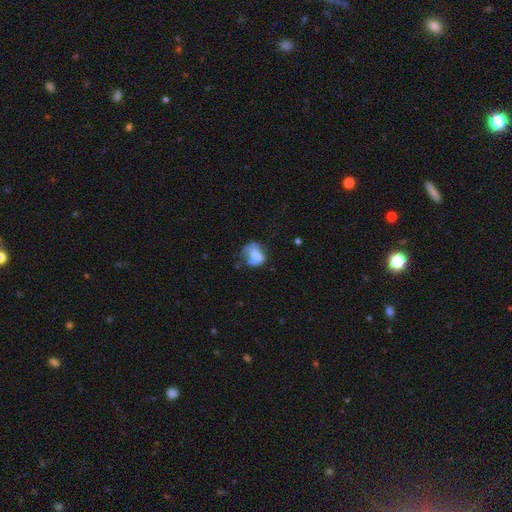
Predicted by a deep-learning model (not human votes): Morphology: type=smooth (53%); roundness=in between (52%); merging=none (34%).